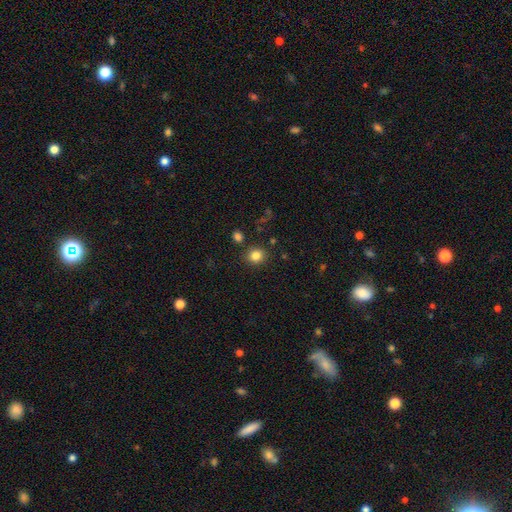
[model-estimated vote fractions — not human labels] A smooth galaxy with no disk features (83%) that is round (80%).

Vote fractions:
- Smooth or featured? smooth: 83% / star or artifact: 12% / featured or disk: 6%
- How rounded? round: 80% / in between: 19% / cigar-shaped: 1%
- Merging? none: 85% / minor disturbance: 8% / merger: 4% / major disturbance: 3%